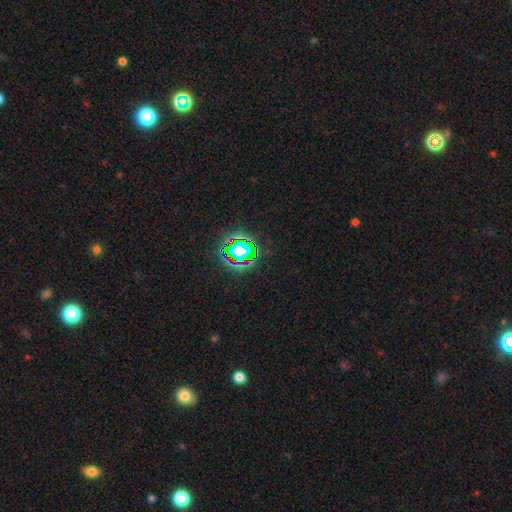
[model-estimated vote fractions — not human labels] Q: Smooth or featured?
A: star or artifact (80%); runner-up: smooth (13%)